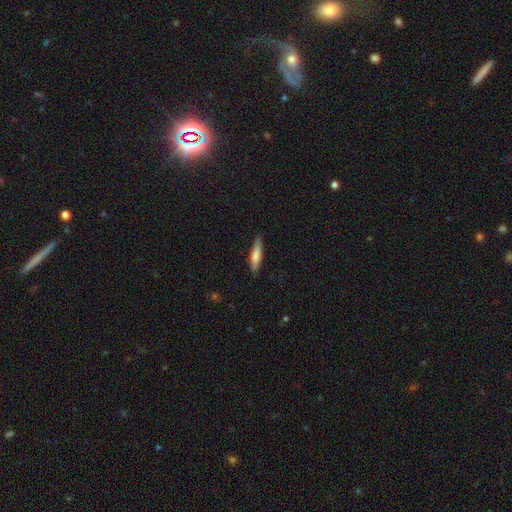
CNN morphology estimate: smooth 73%, featured or disk 21%, star or artifact 6%. Down the decision tree: how rounded — cigar-shaped (78%); merging — none (84%).